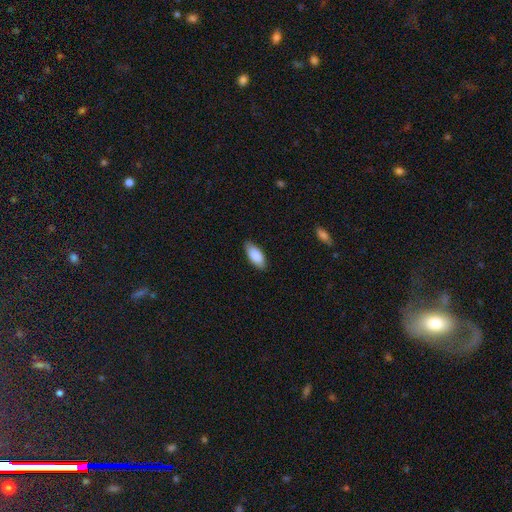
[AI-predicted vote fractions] smooth_or_featured: smooth (p=0.88) [alt: featured or disk p=0.07]
how_rounded: in between (p=0.86) [alt: cigar-shaped p=0.12]
merging: none (p=0.86) [alt: minor disturbance p=0.11]